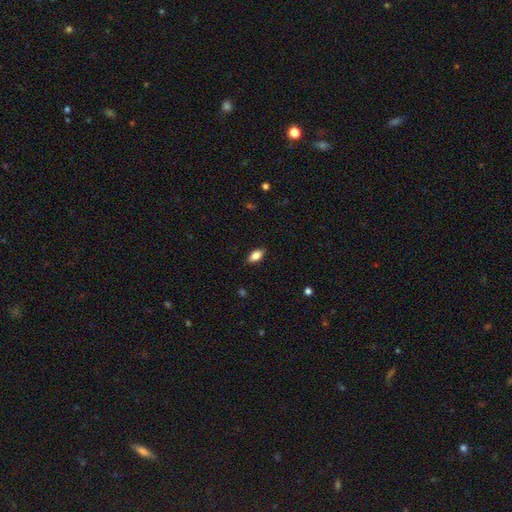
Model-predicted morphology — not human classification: Overall: smooth (81%). How rounded: in between (89%). Merging: none (87%).